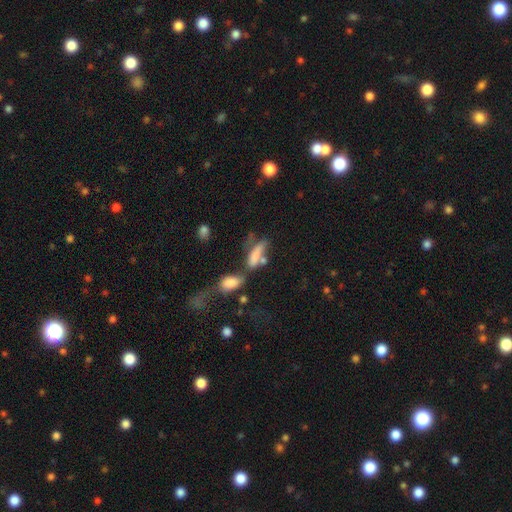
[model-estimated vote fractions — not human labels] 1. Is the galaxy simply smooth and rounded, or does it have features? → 70% smooth, 19% featured or disk, 10% star or artifact.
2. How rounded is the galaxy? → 53% in between, 43% cigar-shaped, 3% round.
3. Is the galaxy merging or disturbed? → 45% merger, 25% none, 16% major disturbance, 14% minor disturbance.